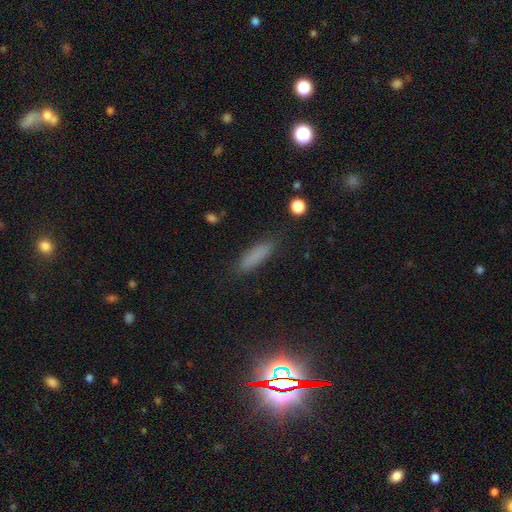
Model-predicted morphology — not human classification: smooth-or-featured: smooth: 77% | star or artifact: 15% | featured or disk: 8%
  how-rounded: cigar-shaped: 67% | in between: 31% | round: 2%
  merging: none: 85% | minor disturbance: 10% | major disturbance: 3% | merger: 1%